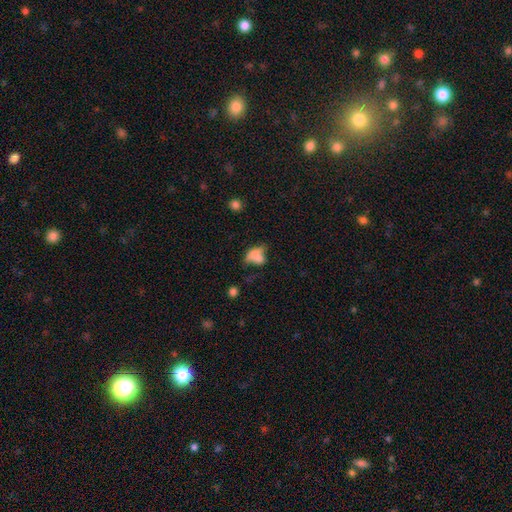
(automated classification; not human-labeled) Q: Smooth or featured?
A: smooth (65%); runner-up: featured or disk (22%)
Q: How rounded?
A: in between (76%); runner-up: round (20%)
Q: Merging?
A: none (28%); runner-up: major disturbance (25%)